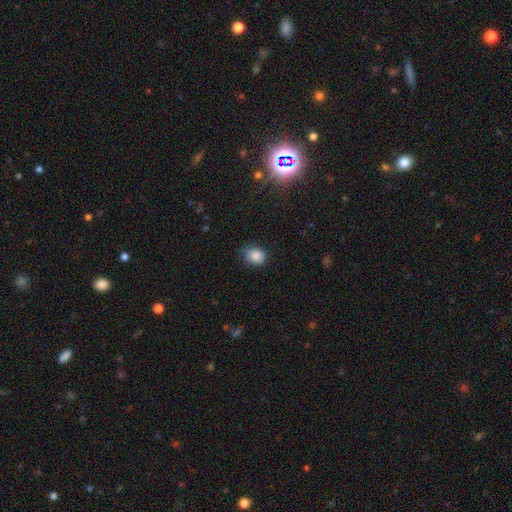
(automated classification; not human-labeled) Smooth or featured? smooth (86%)
How rounded? round (52%)
Merging? none (67%)